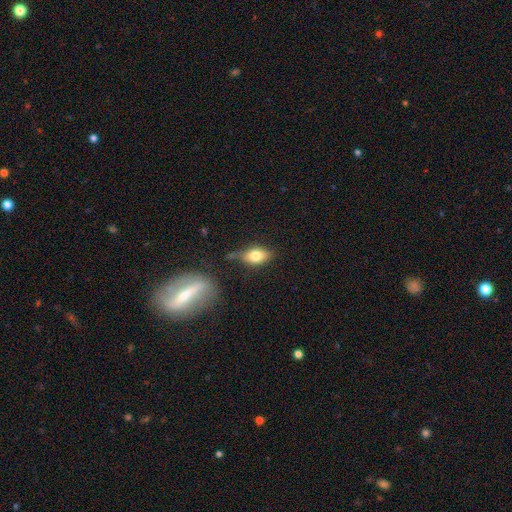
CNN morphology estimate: smooth_or_featured: smooth (p=0.74) [alt: featured or disk p=0.17]
how_rounded: in between (p=0.85) [alt: round p=0.10]
merging: none (p=0.63) [alt: minor disturbance p=0.23]